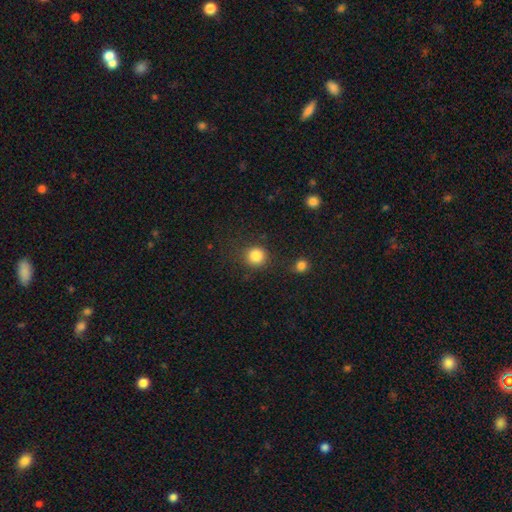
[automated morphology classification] Q: Smooth or featured?
A: smooth (85%); runner-up: star or artifact (11%)
Q: How rounded?
A: round (92%); runner-up: in between (7%)
Q: Merging?
A: none (82%); runner-up: minor disturbance (9%)